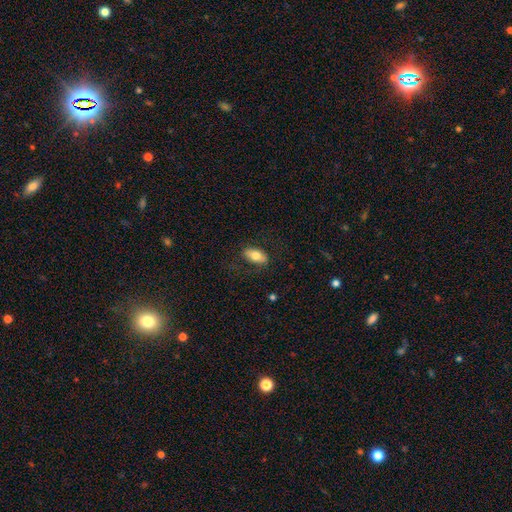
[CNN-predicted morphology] Overall: smooth (73%). How rounded: in between (87%). Merging: none (81%).